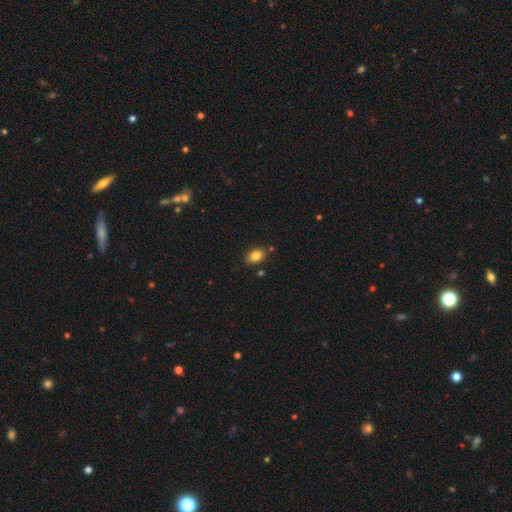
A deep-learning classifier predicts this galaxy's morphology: A smooth galaxy with no disk features (84%) that is in between round and cigar-shaped (82%). Merging: none (80%).